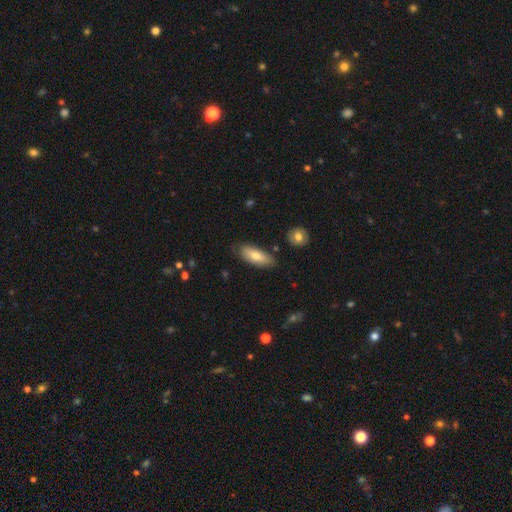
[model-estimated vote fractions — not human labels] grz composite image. It shows a smooth galaxy with no disk features (74%) that is in between round and cigar-shaped (75%). Merging: none (79%).